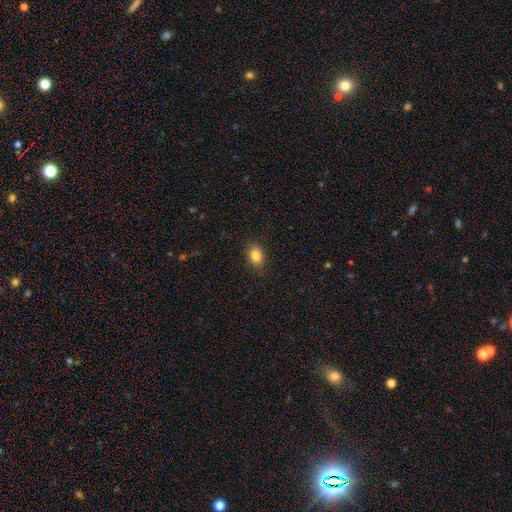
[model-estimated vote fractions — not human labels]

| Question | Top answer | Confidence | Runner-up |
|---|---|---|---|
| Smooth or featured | smooth | 84% | star or artifact (10%) |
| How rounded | in between | 67% | round (32%) |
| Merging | none | 87% | minor disturbance (10%) |